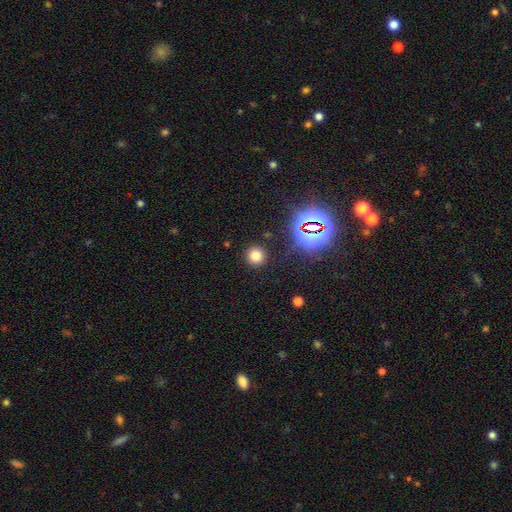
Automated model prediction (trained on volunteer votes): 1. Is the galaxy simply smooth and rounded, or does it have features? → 74% smooth, 20% star or artifact, 6% featured or disk.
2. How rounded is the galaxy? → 90% round, 9% in between, 1% cigar-shaped.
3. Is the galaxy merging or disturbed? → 88% none, 7% minor disturbance, 3% major disturbance, 2% merger.